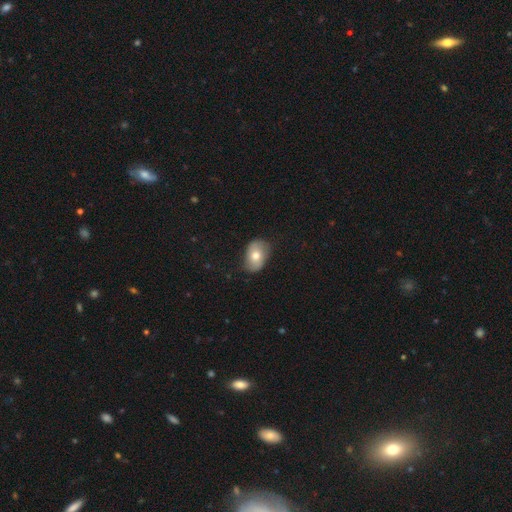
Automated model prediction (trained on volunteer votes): smooth_or_featured: smooth (p=0.66) [alt: featured or disk p=0.27]
how_rounded: in between (p=0.81) [alt: round p=0.18]
merging: none (p=0.73) [alt: minor disturbance p=0.21]